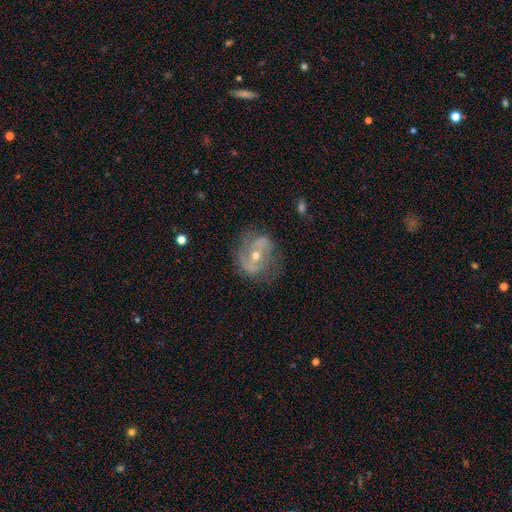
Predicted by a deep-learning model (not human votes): featured or disk 82%, smooth 10%, star or artifact 8%. Down the decision tree: edge-on disk — no (96%); bar — weak (37%); spiral arms — yes (89%); spiral arm count — 2 (77%); spiral winding — medium (46%); bulge size — moderate (52%); merging — none (71%).